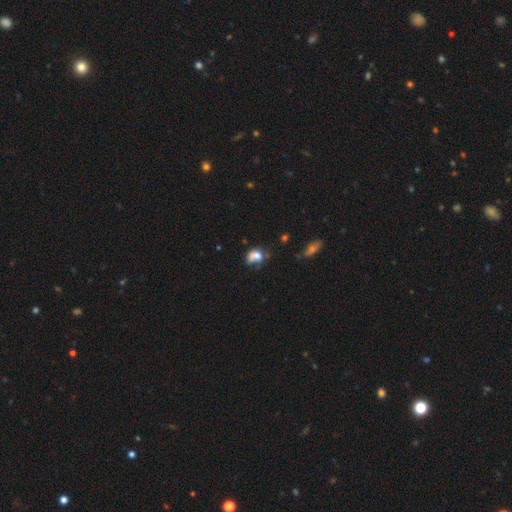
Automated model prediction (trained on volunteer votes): Smooth or featured?
  - smooth: 61% *
  - featured or disk: 26%
  - star or artifact: 13%
How rounded?
  - in between: 61% *
  - round: 37%
  - cigar-shaped: 2%
Merging?
  - none: 28% *
  - merger: 25%
  - major disturbance: 25%
  - minor disturbance: 22%